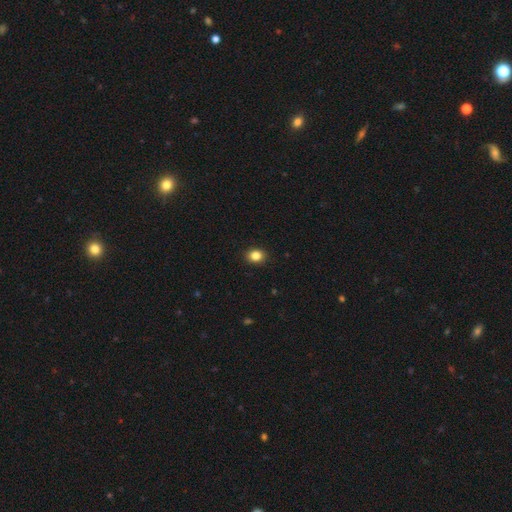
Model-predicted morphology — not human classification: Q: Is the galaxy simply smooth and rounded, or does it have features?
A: smooth — 85%.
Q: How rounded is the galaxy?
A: round — 56%.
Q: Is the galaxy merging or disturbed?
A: none — 91%.